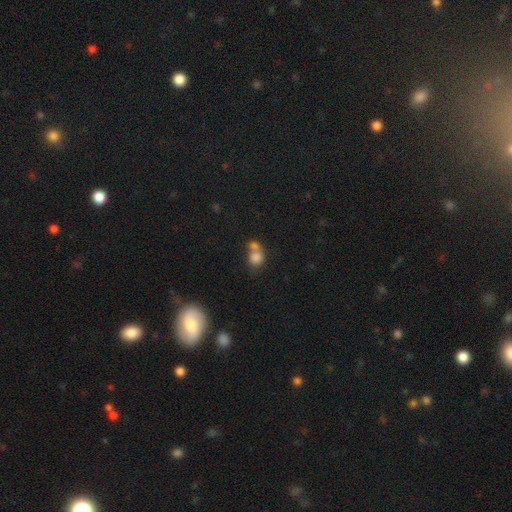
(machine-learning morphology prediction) Q: Smooth or featured?
A: smooth (79%); runner-up: star or artifact (11%)
Q: How rounded?
A: round (68%); runner-up: in between (31%)
Q: Merging?
A: merger (57%); runner-up: none (30%)